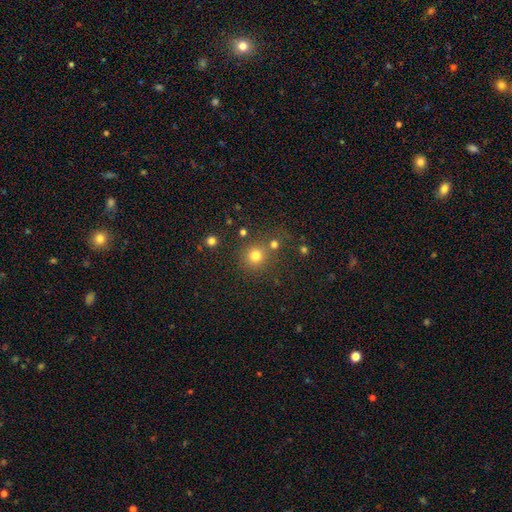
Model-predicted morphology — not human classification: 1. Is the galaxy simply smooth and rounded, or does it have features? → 76% smooth, 17% star or artifact, 7% featured or disk.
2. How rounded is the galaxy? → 92% round, 8% in between, 1% cigar-shaped.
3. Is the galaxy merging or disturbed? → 72% none, 16% merger, 8% minor disturbance, 4% major disturbance.